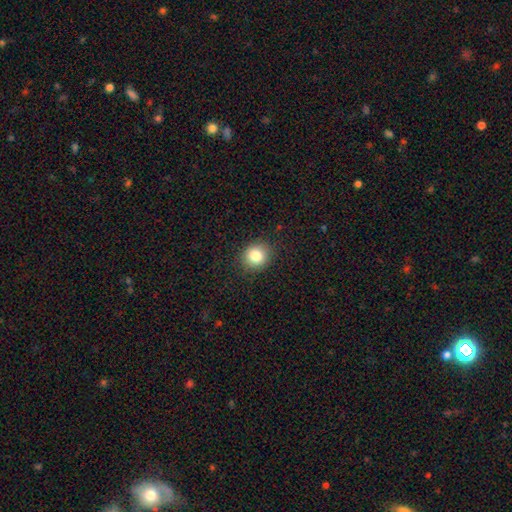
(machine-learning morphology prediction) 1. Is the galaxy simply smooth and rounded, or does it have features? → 83% smooth, 11% star or artifact, 6% featured or disk.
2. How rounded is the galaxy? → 83% round, 17% in between, 1% cigar-shaped.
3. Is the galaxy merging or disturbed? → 89% none, 8% minor disturbance, 2% major disturbance, 1% merger.